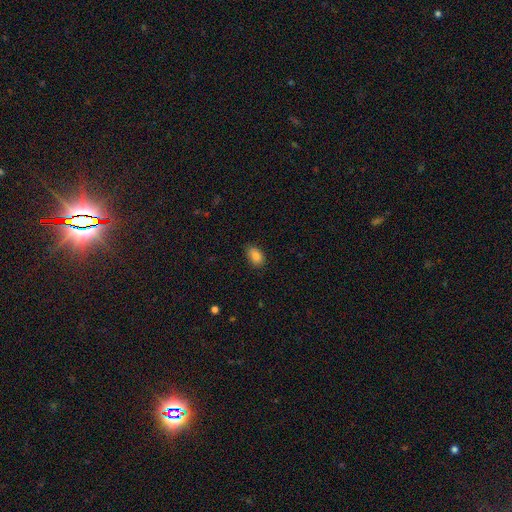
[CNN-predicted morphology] Q: Smooth or featured?
A: smooth (85%); runner-up: star or artifact (9%)
Q: How rounded?
A: in between (87%); runner-up: round (12%)
Q: Merging?
A: none (82%); runner-up: minor disturbance (14%)